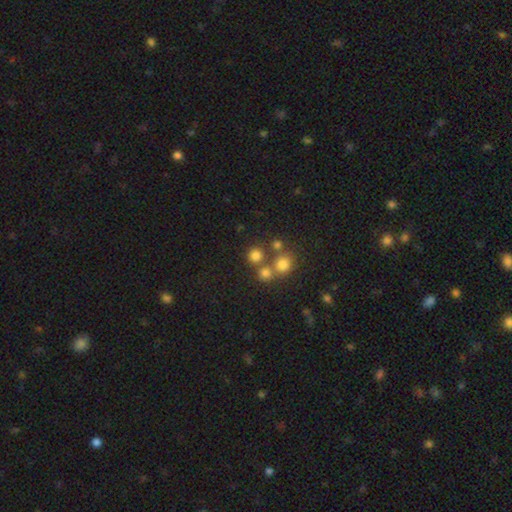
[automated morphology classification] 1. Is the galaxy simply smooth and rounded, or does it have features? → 75% smooth, 17% star or artifact, 8% featured or disk.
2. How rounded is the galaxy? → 91% round, 8% in between, 1% cigar-shaped.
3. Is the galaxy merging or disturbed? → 69% none, 21% merger, 7% minor disturbance, 3% major disturbance.